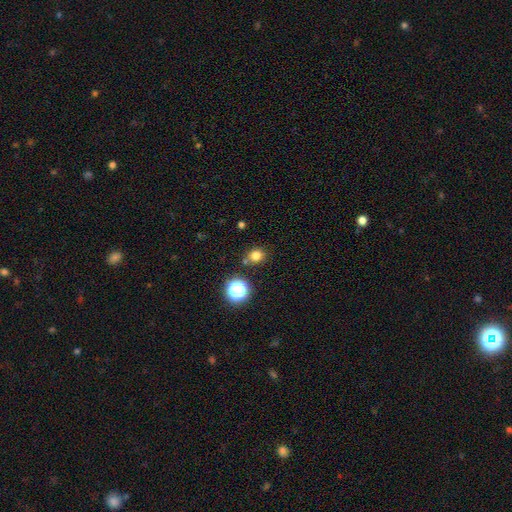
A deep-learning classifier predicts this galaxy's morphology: smooth 75%, star or artifact 18%, featured or disk 7%. Down the decision tree: how rounded — round (74%); merging — none (77%).